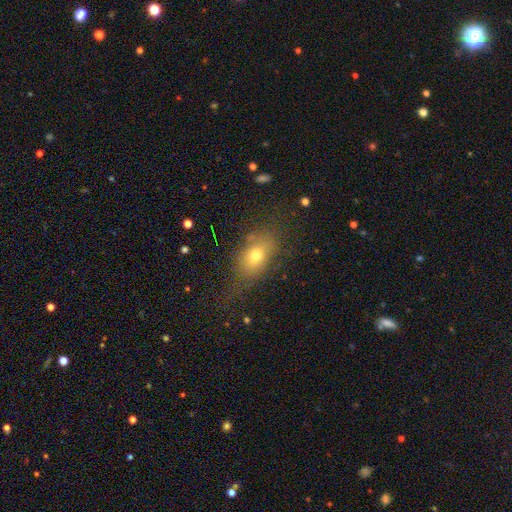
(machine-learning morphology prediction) Smooth or featured? Predicted: smooth (p=0.70). How rounded? Predicted: in between (p=0.78). Merging? Predicted: none (p=0.64).